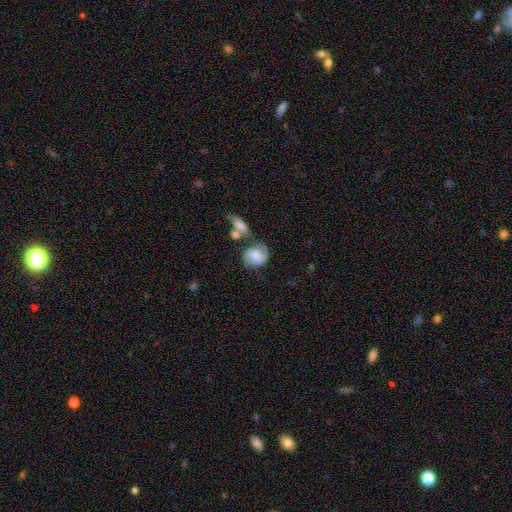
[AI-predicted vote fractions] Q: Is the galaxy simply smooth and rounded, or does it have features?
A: featured or disk — 70%.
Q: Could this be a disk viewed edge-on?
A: no — 97%.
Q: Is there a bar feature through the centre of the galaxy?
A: no — 58%.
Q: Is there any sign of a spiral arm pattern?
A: yes — 94%.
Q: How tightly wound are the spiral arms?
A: medium — 48%.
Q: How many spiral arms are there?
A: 2 — 88%.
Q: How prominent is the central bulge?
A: moderate — 29%.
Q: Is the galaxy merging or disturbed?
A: none — 50%.